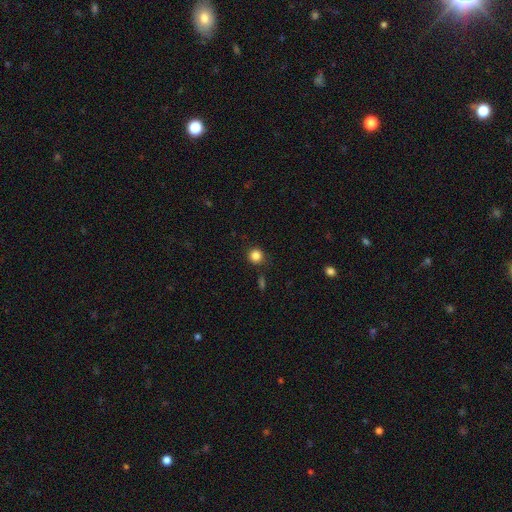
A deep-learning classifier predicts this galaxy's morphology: smooth-or-featured: smooth: 84% | star or artifact: 12% | featured or disk: 4%
  how-rounded: round: 92% | in between: 7% | cigar-shaped: 1%
  merging: none: 87% | minor disturbance: 8% | major disturbance: 3% | merger: 2%